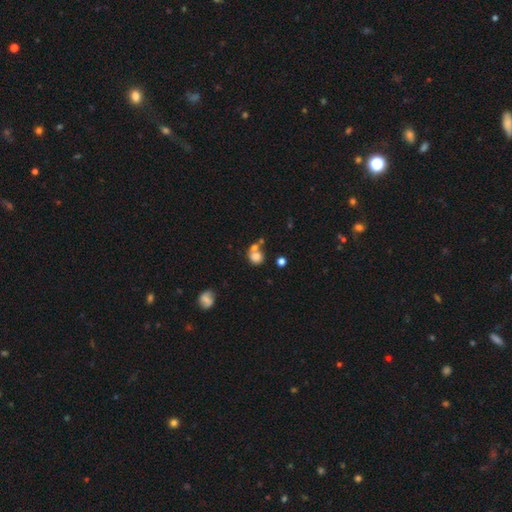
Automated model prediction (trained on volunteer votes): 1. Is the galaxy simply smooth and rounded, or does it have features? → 76% smooth, 13% featured or disk, 11% star or artifact.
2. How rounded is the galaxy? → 78% round, 21% in between, 1% cigar-shaped.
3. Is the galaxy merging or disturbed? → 43% none, 40% merger, 11% minor disturbance, 5% major disturbance.